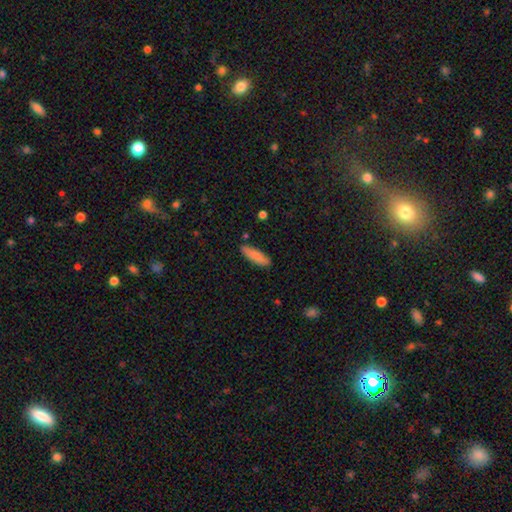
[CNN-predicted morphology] Smooth or featured?
  - smooth: 84% *
  - featured or disk: 9%
  - star or artifact: 6%
How rounded?
  - cigar-shaped: 53% *
  - in between: 45%
  - round: 2%
Merging?
  - none: 84% *
  - minor disturbance: 12%
  - merger: 2%
  - major disturbance: 2%